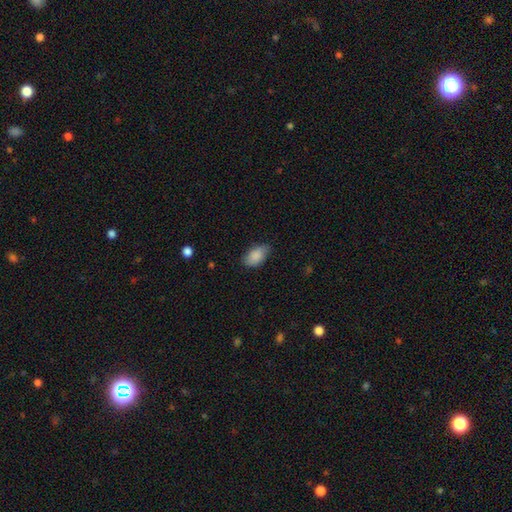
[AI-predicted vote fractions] Smooth or featured: smooth — 87% (star or artifact — 7%)
How rounded: in between — 93% (round — 5%)
Merging: none — 72% (minor disturbance — 23%)